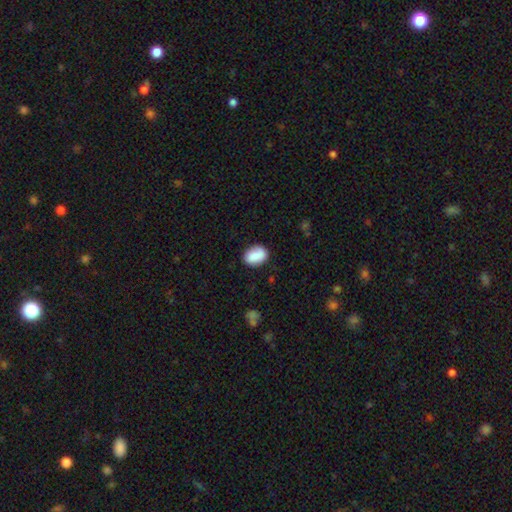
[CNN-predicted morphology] A smooth galaxy with no disk features (85%) that is in between round and cigar-shaped (78%). Merging: none (79%).